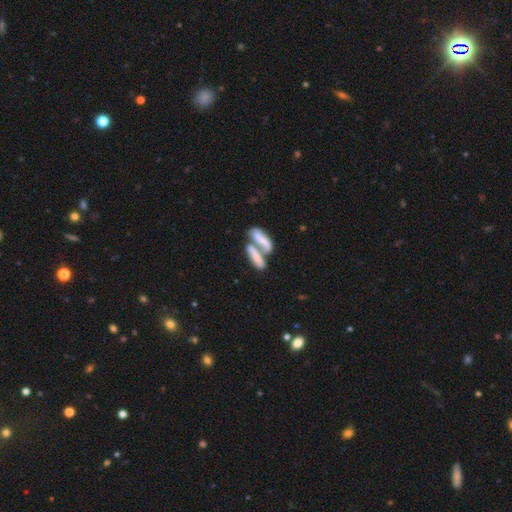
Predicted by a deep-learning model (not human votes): smooth 59%, featured or disk 33%, star or artifact 9%. Down the decision tree: how rounded — cigar-shaped (49%); merging — merger (67%).